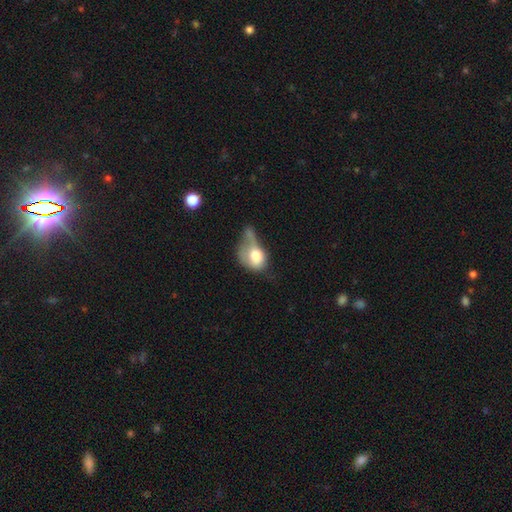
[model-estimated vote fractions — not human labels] Smooth or featured? Predicted: smooth (p=0.68). How rounded? Predicted: in between (p=0.64). Merging? Predicted: major disturbance (p=0.45).